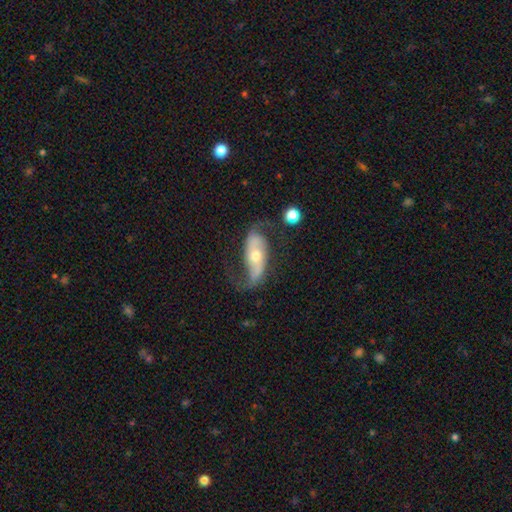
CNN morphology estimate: This appears to be a featured or disk galaxy (78%) with no bar (53%), 2 (86%) loose (63%) spiral arms (91%) and a moderate central bulge (55%). Merging: none (59%).